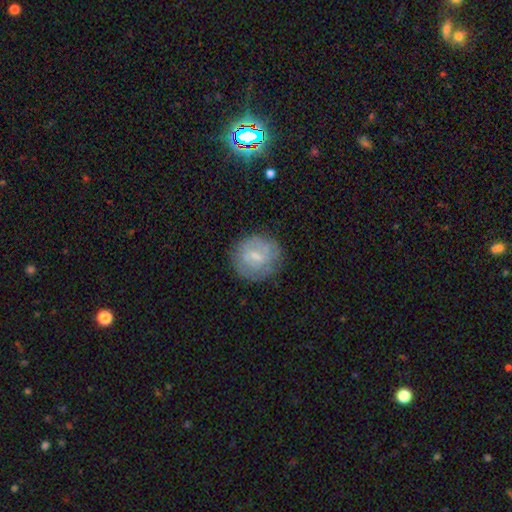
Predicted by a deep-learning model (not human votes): smooth_or_featured: smooth (p=0.51) [alt: featured or disk p=0.42]
how_rounded: round (p=0.84) [alt: in between p=0.15]
merging: none (p=0.77) [alt: minor disturbance p=0.15]